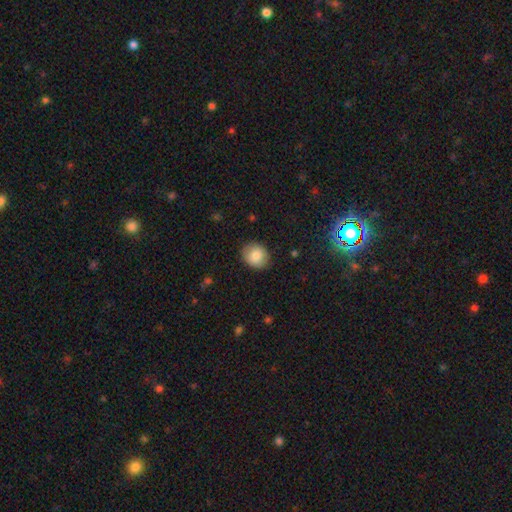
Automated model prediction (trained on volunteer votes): A smooth galaxy with no disk features (85%) that is round (69%). Merging: none (86%).